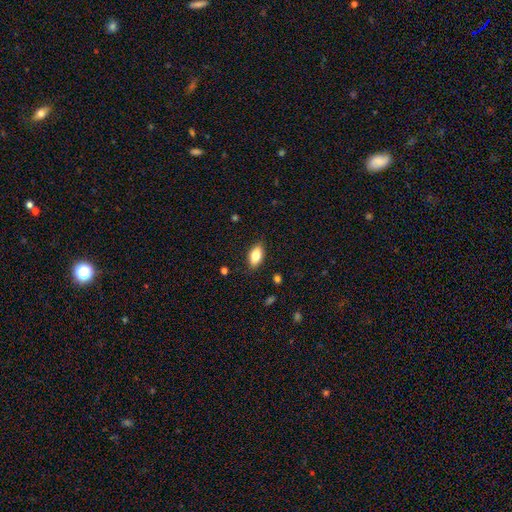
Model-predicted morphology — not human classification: smooth_or_featured: smooth (p=0.81) [alt: featured or disk p=0.12]
how_rounded: in between (p=0.89) [alt: cigar-shaped p=0.07]
merging: none (p=0.86) [alt: minor disturbance p=0.11]